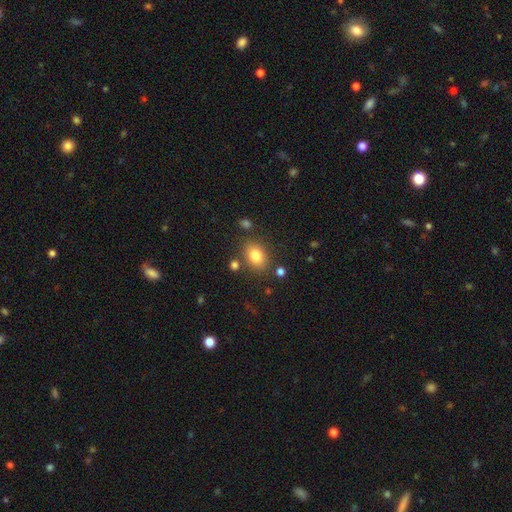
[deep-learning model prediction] A smooth galaxy with no disk features (81%) that is in between round and cigar-shaped (67%). Merging: none (79%).